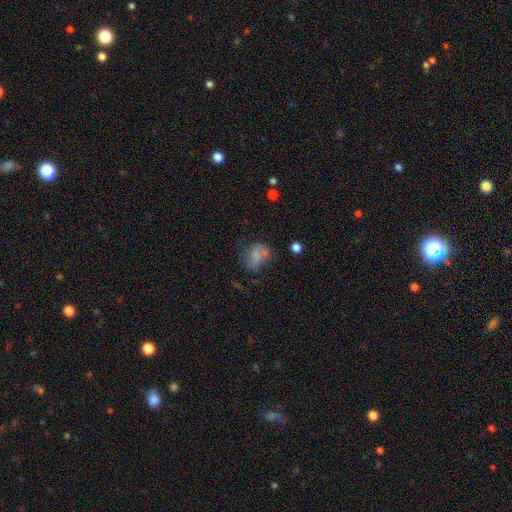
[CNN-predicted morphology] This appears to be a smooth galaxy with no disk features (62%) that is in between round and cigar-shaped (57%). Merging: none (40%).